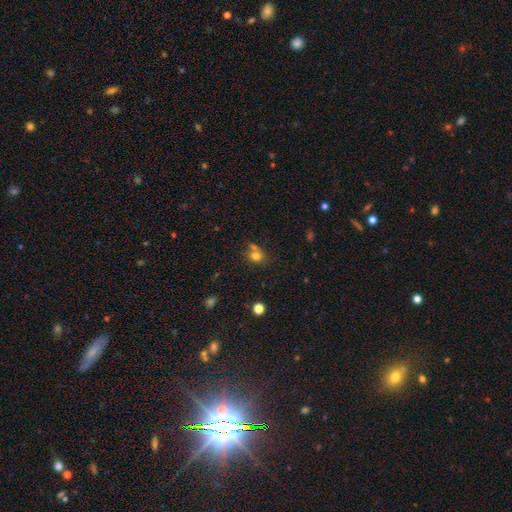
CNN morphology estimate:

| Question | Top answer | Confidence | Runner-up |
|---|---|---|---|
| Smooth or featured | smooth | 75% | star or artifact (14%) |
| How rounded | round | 68% | in between (31%) |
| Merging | none | 49% | merger (29%) |